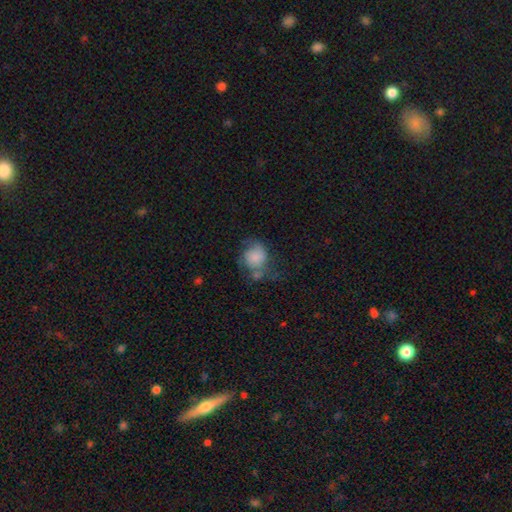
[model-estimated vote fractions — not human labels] smooth-or-featured: smooth: 61% | featured or disk: 29% | star or artifact: 10%
  how-rounded: round: 65% | in between: 33% | cigar-shaped: 1%
  merging: none: 37% | minor disturbance: 29% | major disturbance: 24% | merger: 10%